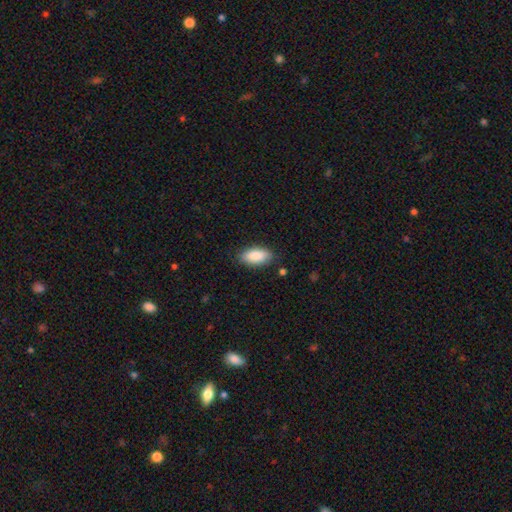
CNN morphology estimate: A smooth galaxy with no disk features (87%) that is in between round and cigar-shaped (89%). Merging: none (85%).